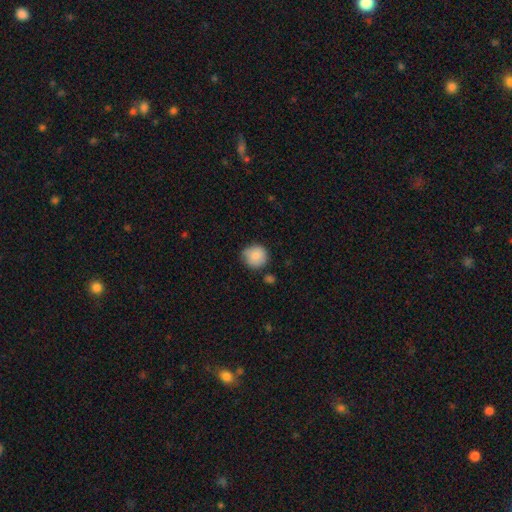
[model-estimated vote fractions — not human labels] This appears to be a smooth galaxy with no disk features (86%) that is round (92%). Merging: none (75%).